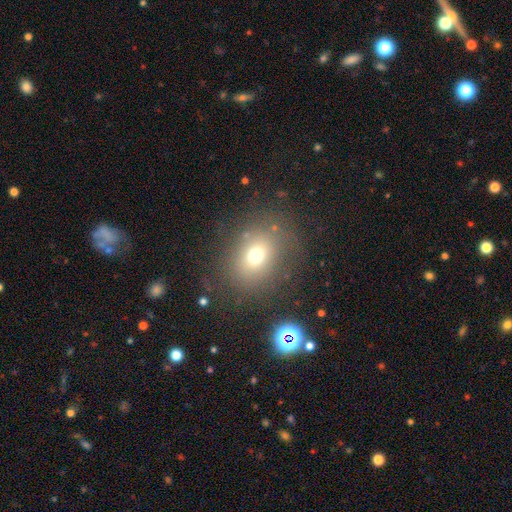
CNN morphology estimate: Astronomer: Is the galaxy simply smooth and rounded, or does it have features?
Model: smooth — 69%.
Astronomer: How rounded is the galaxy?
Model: round — 53% (runner-up: in between, 46%).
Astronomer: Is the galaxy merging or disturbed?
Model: none — 75%.